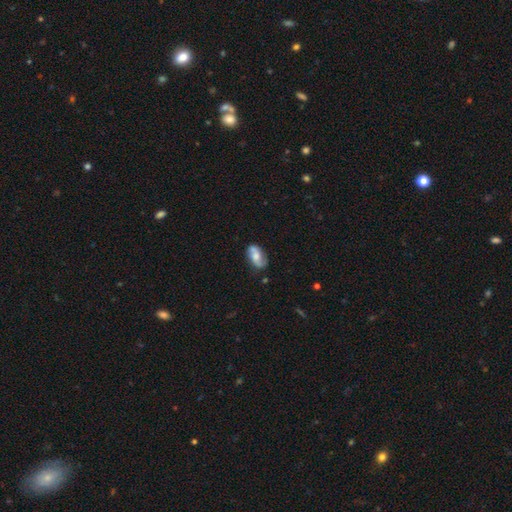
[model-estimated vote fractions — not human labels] Smooth or featured? Predicted: featured or disk (p=0.62). Edge-on disk? Predicted: no (p=0.95). Bar? Predicted: no (p=0.56). Spiral arms? Predicted: yes (p=0.88). Spiral winding? Predicted: loose (p=0.43). Spiral arm count? Predicted: 2 (p=0.86). Bulge size? Predicted: moderate (p=0.55). Merging? Predicted: none (p=0.73).